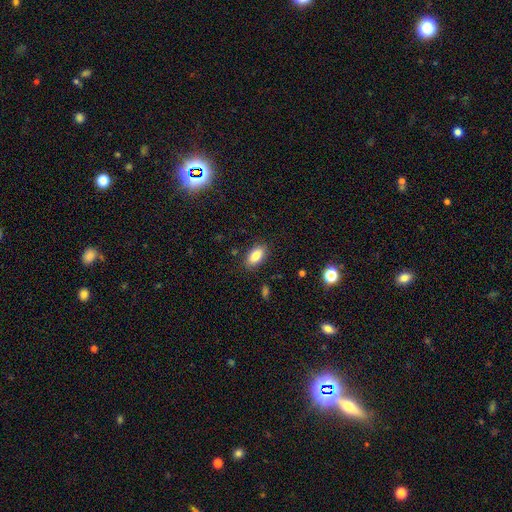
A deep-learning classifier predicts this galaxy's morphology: type=smooth (85%); roundness=in between (90%); merging=none (86%).